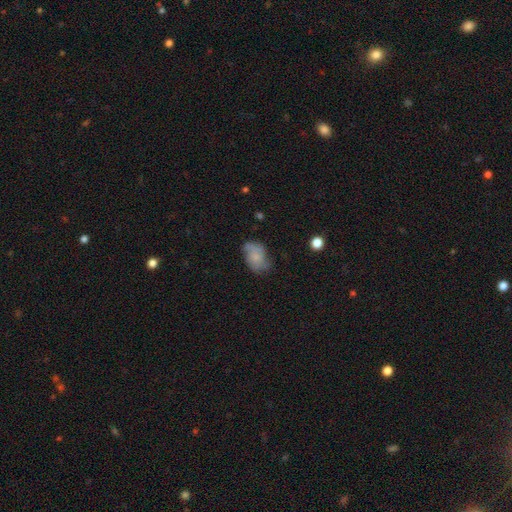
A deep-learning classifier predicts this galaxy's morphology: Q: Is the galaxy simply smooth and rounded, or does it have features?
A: smooth — 57%.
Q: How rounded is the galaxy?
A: in between — 77%.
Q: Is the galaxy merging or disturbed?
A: none — 51%.